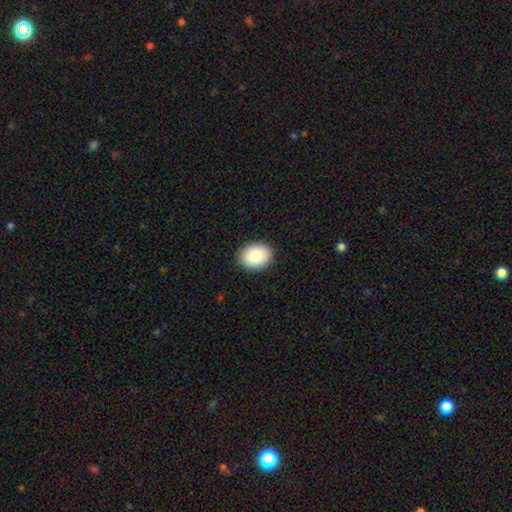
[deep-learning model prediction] Overall: smooth (86%). How rounded: in between (53%; round 46%). Merging: none (90%).